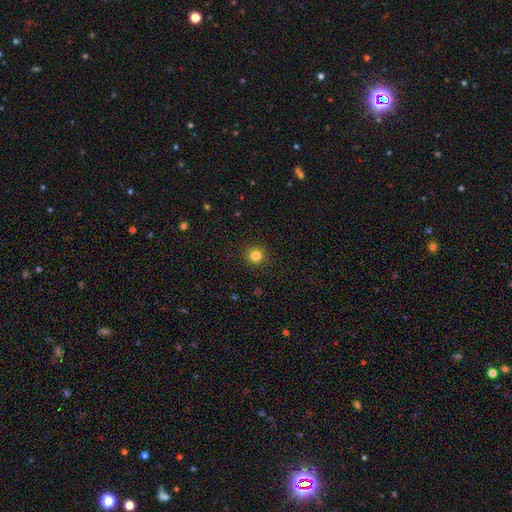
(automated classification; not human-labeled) Morphology: type=smooth (83%); roundness=round (94%); merging=none (92%).